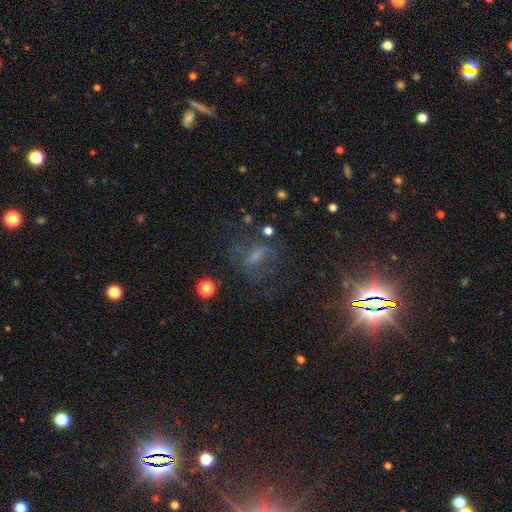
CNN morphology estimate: type=smooth (36%); merging=none (55%).